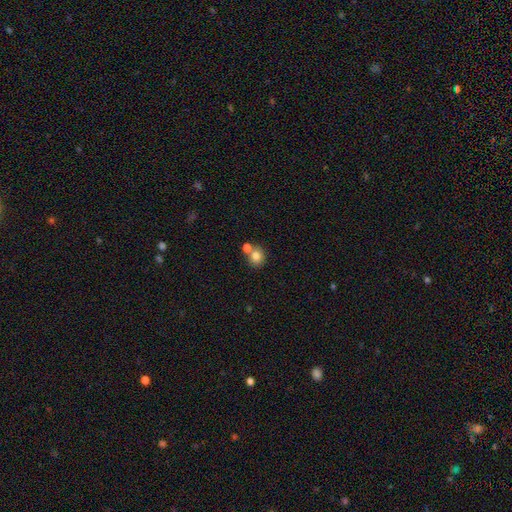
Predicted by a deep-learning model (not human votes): smooth-or-featured: smooth: 80% | featured or disk: 10% | star or artifact: 10%
  how-rounded: round: 77% | in between: 22% | cigar-shaped: 1%
  merging: none: 52% | merger: 35% | minor disturbance: 9% | major disturbance: 3%